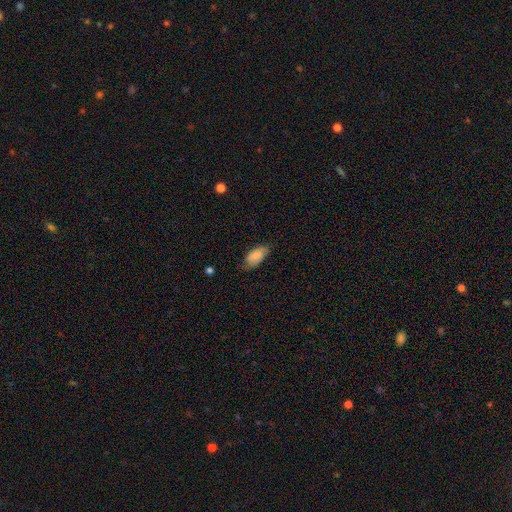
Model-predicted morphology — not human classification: type=smooth (82%); roundness=in between (92%); merging=none (71%).